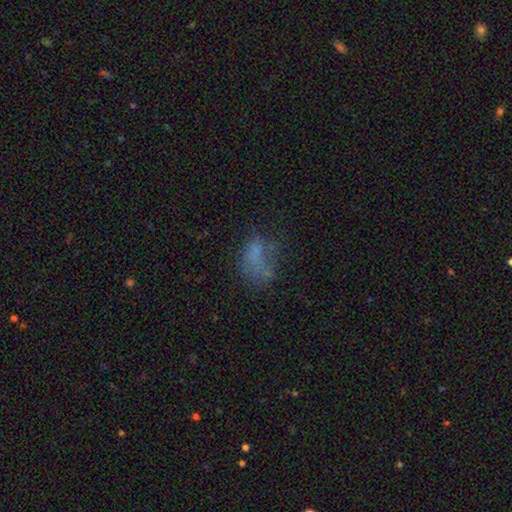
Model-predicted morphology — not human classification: A smooth galaxy with no disk features (52%) that is in between round and cigar-shaped (81%). Merging: none (36%).